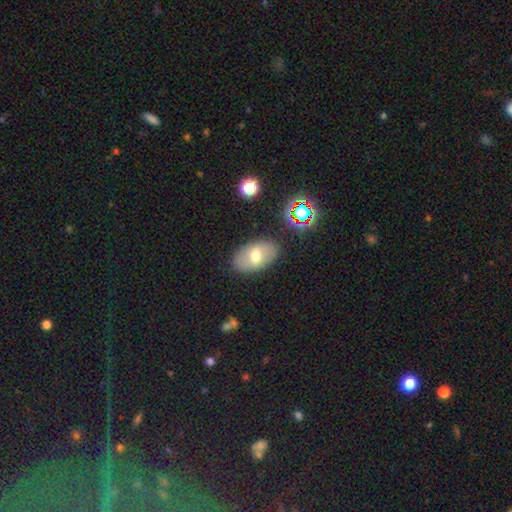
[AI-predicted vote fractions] smooth 59%, featured or disk 32%, star or artifact 10%. Down the decision tree: how rounded — in between (90%); merging — none (84%).